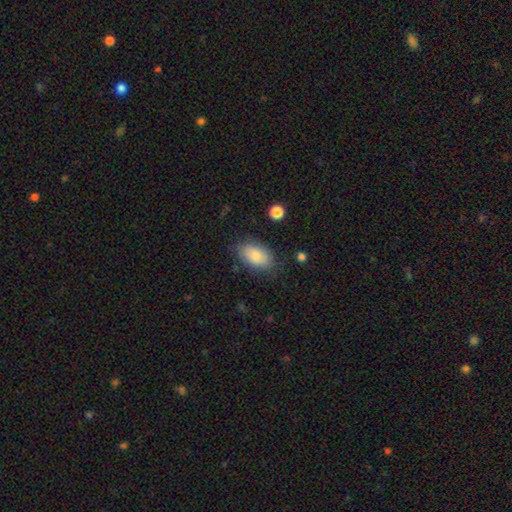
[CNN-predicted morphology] Q: Smooth or featured?
A: smooth (84%); runner-up: featured or disk (10%)
Q: How rounded?
A: in between (93%); runner-up: round (5%)
Q: Merging?
A: none (77%); runner-up: minor disturbance (16%)